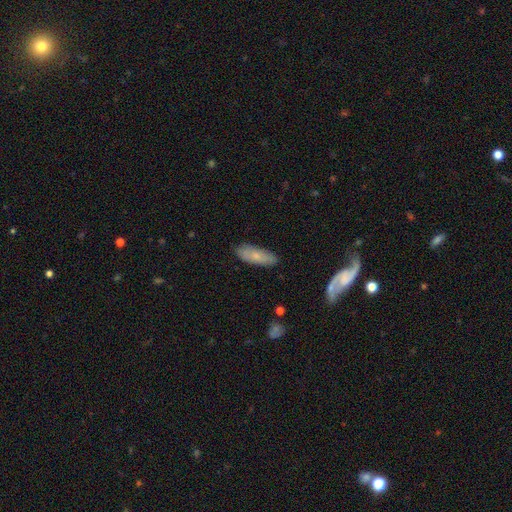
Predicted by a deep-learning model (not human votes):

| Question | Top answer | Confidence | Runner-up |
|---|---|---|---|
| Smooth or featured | smooth | 70% | featured or disk (23%) |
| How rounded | in between | 60% | cigar-shaped (38%) |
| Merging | none | 83% | minor disturbance (13%) |